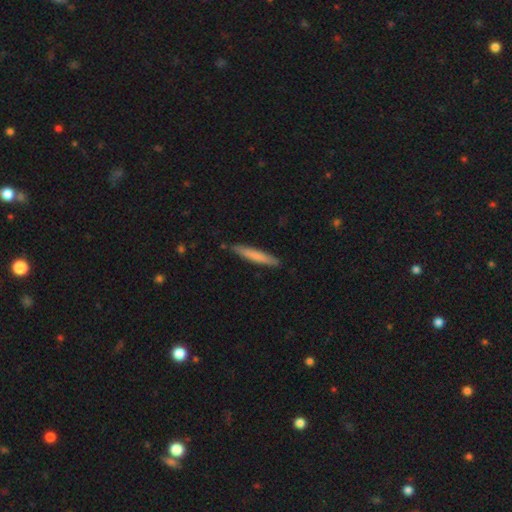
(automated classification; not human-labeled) smooth_or_featured: smooth (p=0.74) [alt: featured or disk p=0.21]
how_rounded: cigar-shaped (p=0.94) [alt: in between p=0.05]
merging: none (p=0.86) [alt: minor disturbance p=0.11]